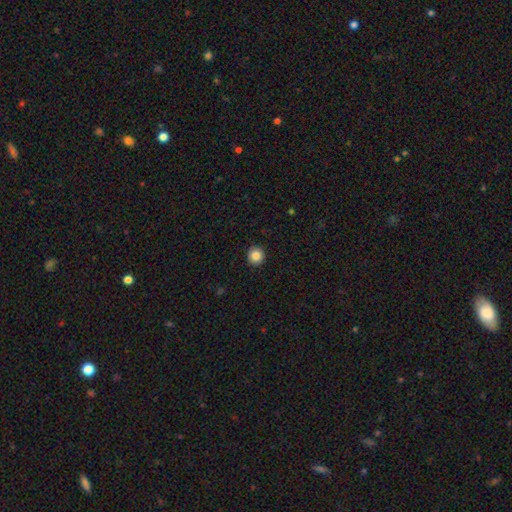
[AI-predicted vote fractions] This is clearly a smooth galaxy (85%). How rounded: clearly round (94%). Merging: clearly none (93%).